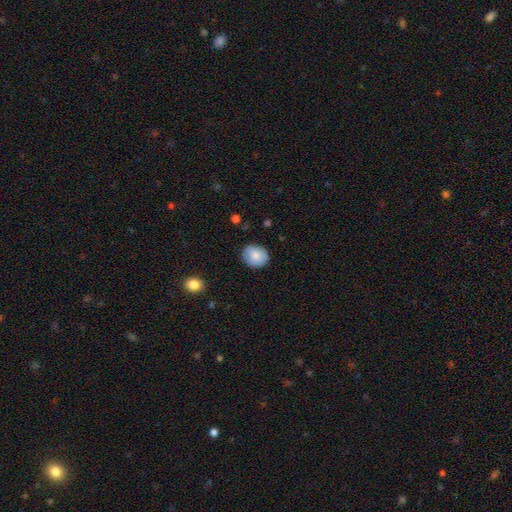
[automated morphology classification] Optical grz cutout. It shows a smooth galaxy with no disk features (83%) that is round (63%). Merging: none (84%).